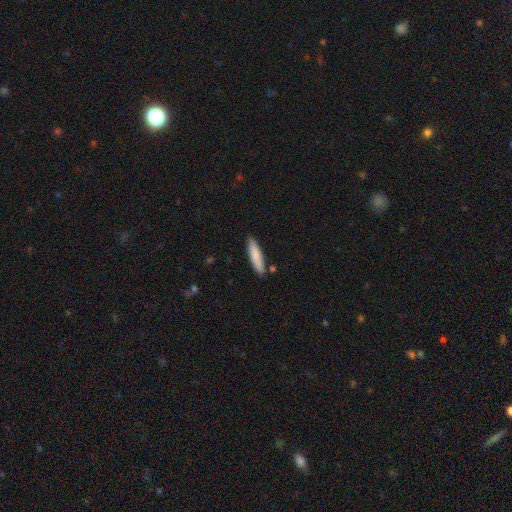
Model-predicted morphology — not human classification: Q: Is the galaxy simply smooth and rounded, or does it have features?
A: smooth — 83%.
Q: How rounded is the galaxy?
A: cigar-shaped — 79%.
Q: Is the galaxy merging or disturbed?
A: none — 85%.